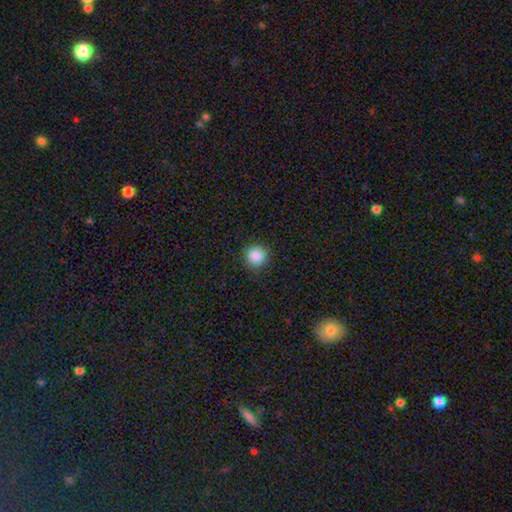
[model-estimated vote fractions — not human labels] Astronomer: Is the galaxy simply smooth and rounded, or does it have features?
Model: smooth — 87%.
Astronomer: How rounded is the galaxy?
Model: round — 93%.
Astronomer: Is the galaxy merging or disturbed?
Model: none — 89%.